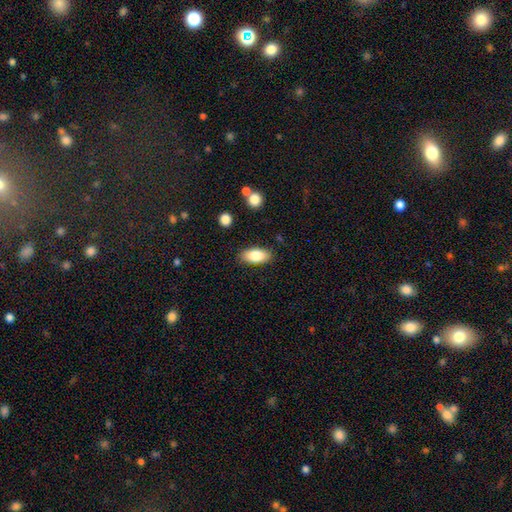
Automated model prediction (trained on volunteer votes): smooth_or_featured: smooth (p=0.82) [alt: featured or disk p=0.11]
how_rounded: in between (p=0.89) [alt: cigar-shaped p=0.09]
merging: none (p=0.87) [alt: minor disturbance p=0.10]